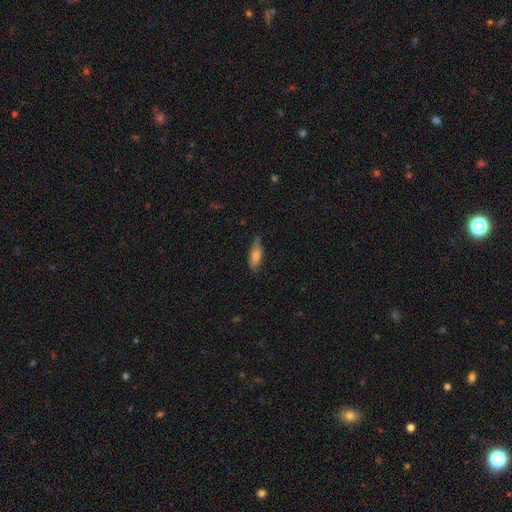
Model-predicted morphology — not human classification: type=smooth (72%); roundness=in between (58%); merging=none (65%).